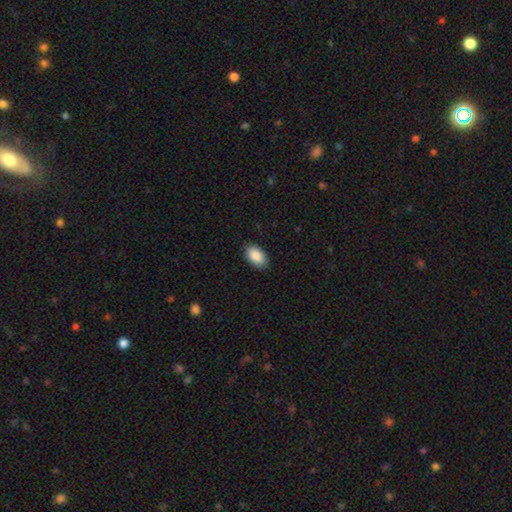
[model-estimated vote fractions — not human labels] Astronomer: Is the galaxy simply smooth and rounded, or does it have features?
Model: smooth — 90%.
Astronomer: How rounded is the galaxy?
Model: in between — 95%.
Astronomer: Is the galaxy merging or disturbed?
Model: none — 89%.